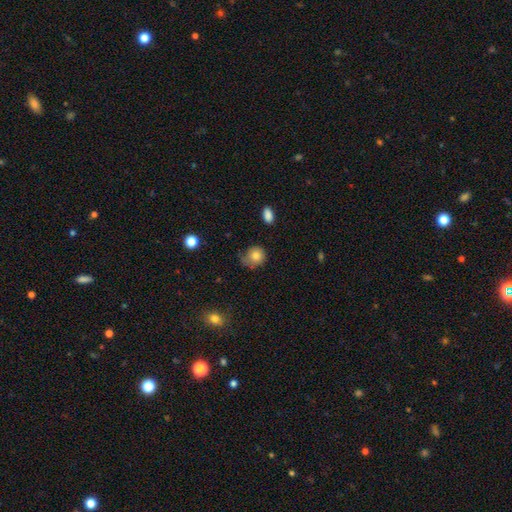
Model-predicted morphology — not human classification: Overall: smooth (77%). How rounded: round (76%). Merging: none (46%; minor disturbance 33%).